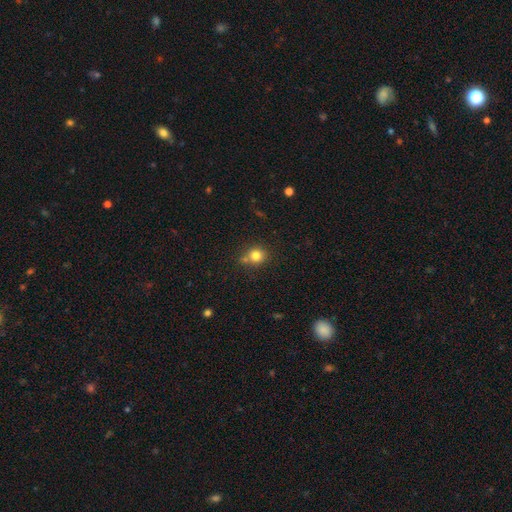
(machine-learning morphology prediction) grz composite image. It shows a smooth galaxy with no disk features (80%) that is round (87%). Merging: none (69%).